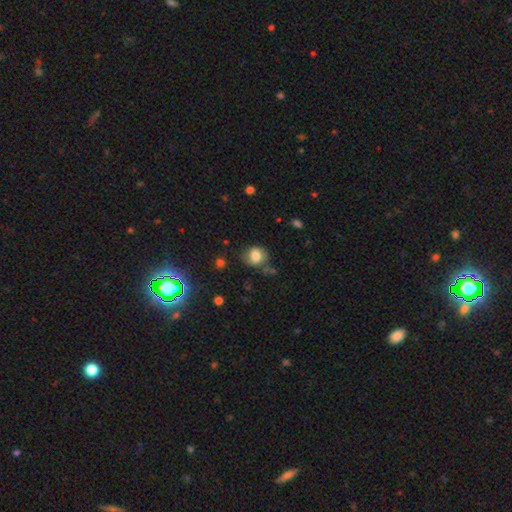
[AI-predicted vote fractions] This appears to be a smooth galaxy with no disk features (74%) that is round (60%). Merging: none (60%).